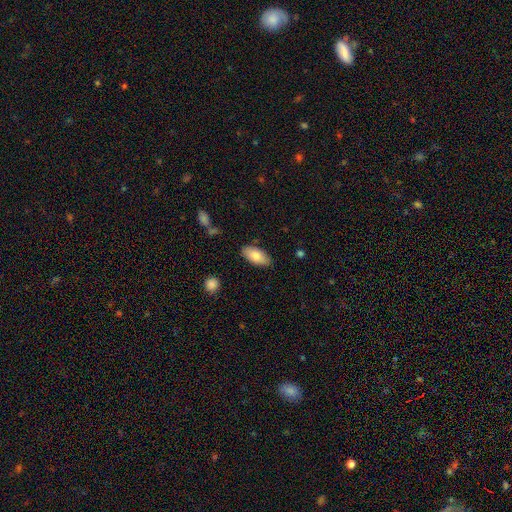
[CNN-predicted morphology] Smooth or featured? Predicted: smooth (p=0.81). How rounded? Predicted: in between (p=0.91). Merging? Predicted: none (p=0.85).